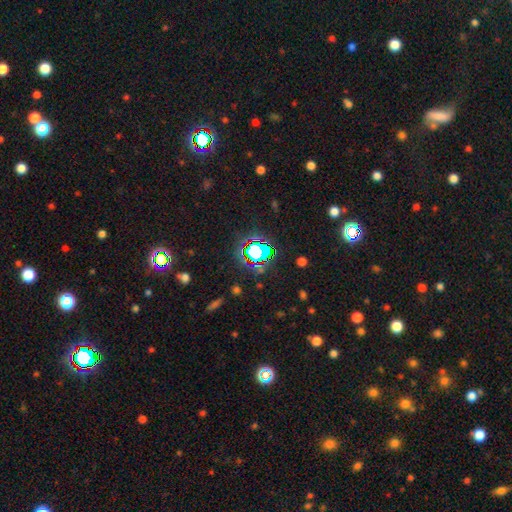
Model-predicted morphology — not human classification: Q: Smooth or featured?
A: star or artifact (65%); runner-up: smooth (23%)